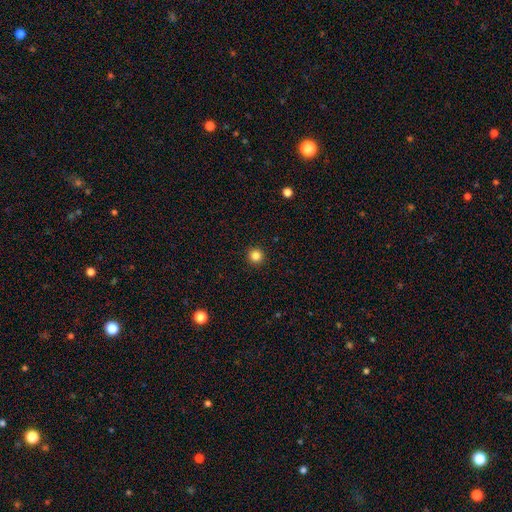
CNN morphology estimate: smooth_or_featured: smooth (p=0.84) [alt: star or artifact p=0.12]
how_rounded: round (p=0.96) [alt: in between p=0.03]
merging: none (p=0.93) [alt: minor disturbance p=0.04]